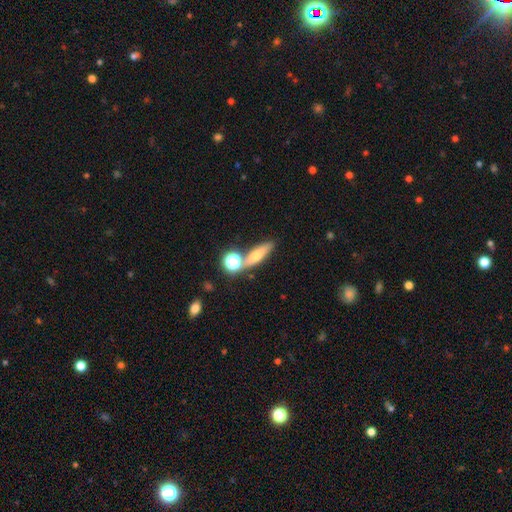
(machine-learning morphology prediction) type=smooth (53%); roundness=cigar-shaped (53%); merging=none (64%).